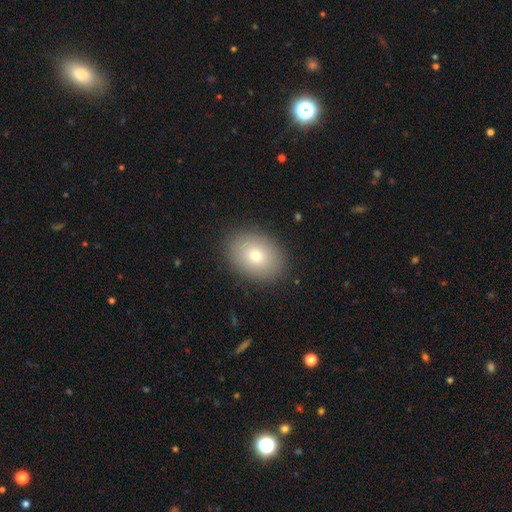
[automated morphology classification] type=smooth (76%); roundness=in between (65%); merging=none (89%).